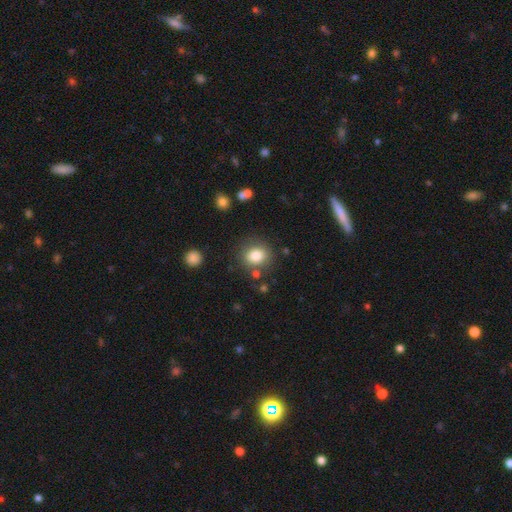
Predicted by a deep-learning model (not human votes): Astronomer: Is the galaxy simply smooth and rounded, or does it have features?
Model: smooth — 82%.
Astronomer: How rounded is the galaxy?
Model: round — 75%.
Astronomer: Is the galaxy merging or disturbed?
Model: none — 79%.